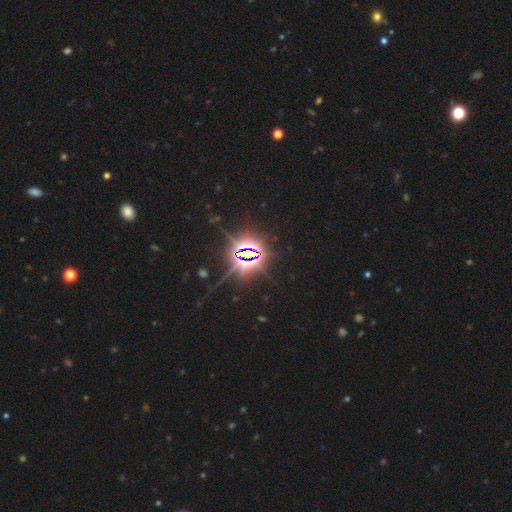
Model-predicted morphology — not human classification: The model was most divided on "smooth or featured": star or artifact: 85%, smooth: 7%, featured or disk: 7%.